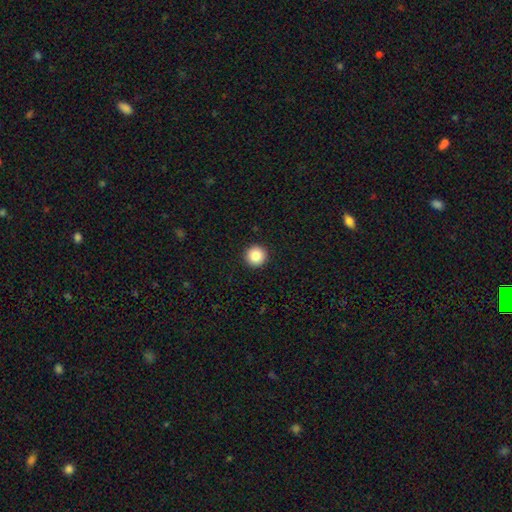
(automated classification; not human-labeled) Morphology: type=smooth (85%); roundness=round (97%); merging=none (94%).